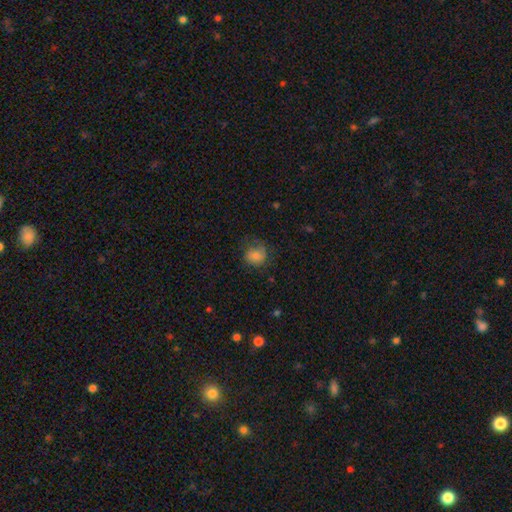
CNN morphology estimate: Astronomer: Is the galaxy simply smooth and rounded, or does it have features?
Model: smooth — 69%.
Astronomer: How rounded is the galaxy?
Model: round — 78%.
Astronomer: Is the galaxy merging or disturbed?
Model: none — 59%.